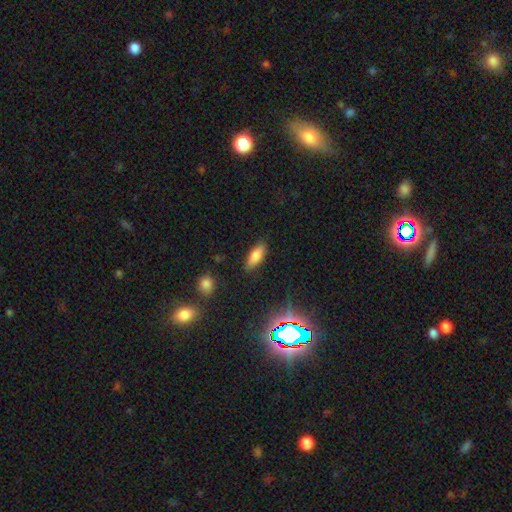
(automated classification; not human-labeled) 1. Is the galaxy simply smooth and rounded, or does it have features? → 77% smooth, 12% featured or disk, 11% star or artifact.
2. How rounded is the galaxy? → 67% in between, 30% cigar-shaped, 3% round.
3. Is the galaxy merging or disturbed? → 85% none, 10% minor disturbance, 3% major disturbance, 2% merger.